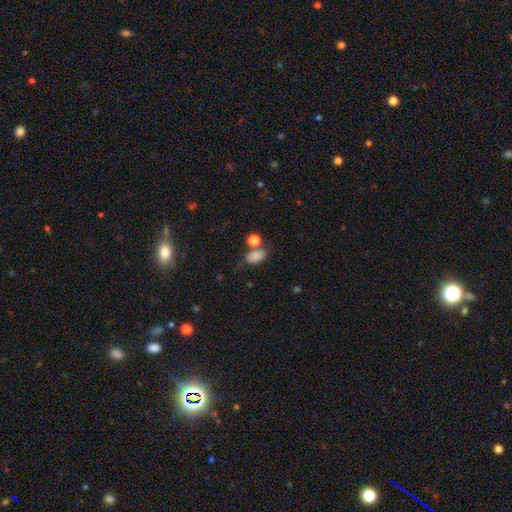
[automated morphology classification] smooth_or_featured: smooth (p=0.83) [alt: star or artifact p=0.11]
how_rounded: in between (p=0.87) [alt: round p=0.12]
merging: none (p=0.61) [alt: minor disturbance p=0.16]